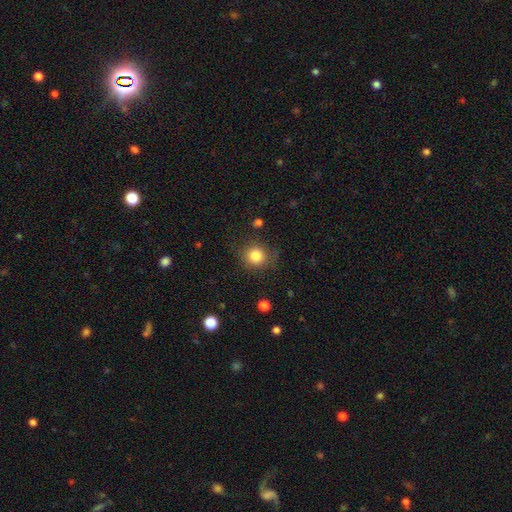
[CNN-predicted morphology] Q: Smooth or featured?
A: smooth (83%); runner-up: star or artifact (11%)
Q: How rounded?
A: round (89%); runner-up: in between (10%)
Q: Merging?
A: none (80%); runner-up: minor disturbance (13%)